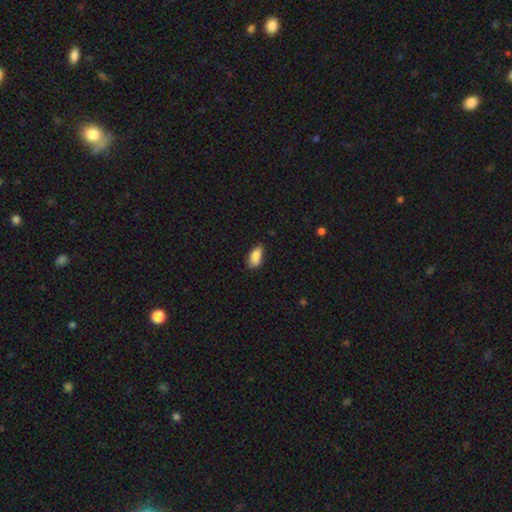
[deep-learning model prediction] This appears to be a smooth galaxy with no disk features (84%) that is in between round and cigar-shaped (88%). Merging: none (62%).